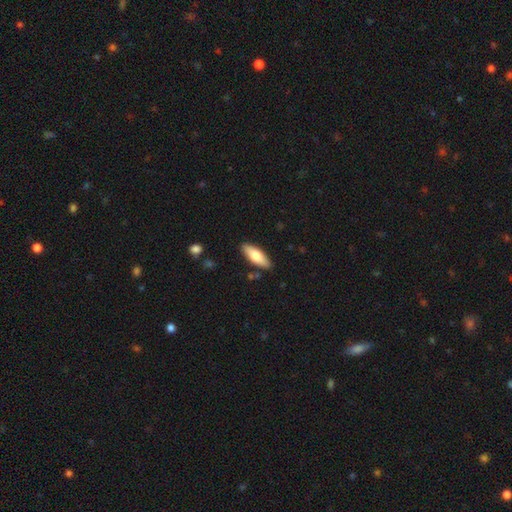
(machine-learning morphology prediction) Overall: smooth (72%). How rounded: in between (65%; cigar-shaped 33%). Merging: none (87%).